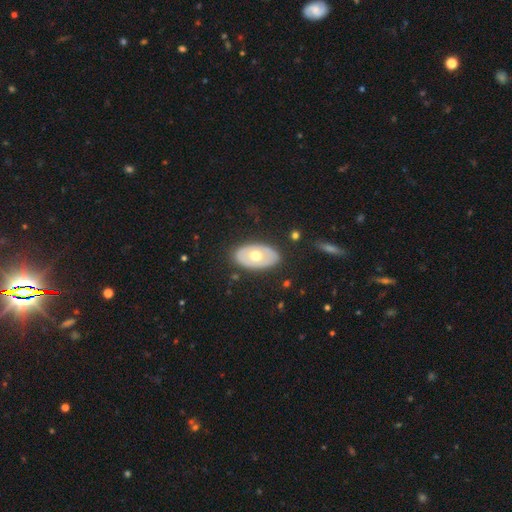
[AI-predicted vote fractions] This appears to be a smooth galaxy with no disk features (48%). Merging: none (85%).